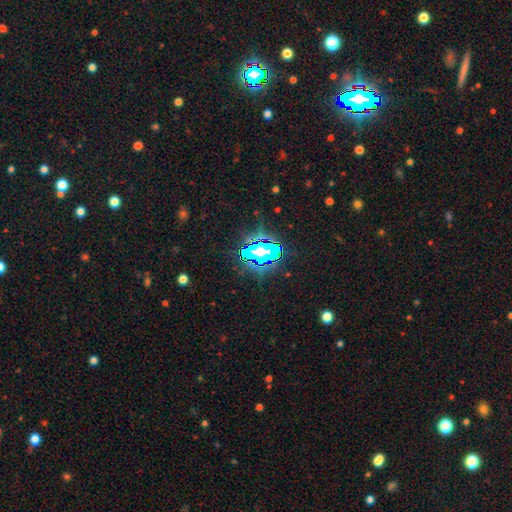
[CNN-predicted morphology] Smooth or featured? Predicted: star or artifact (p=0.61).